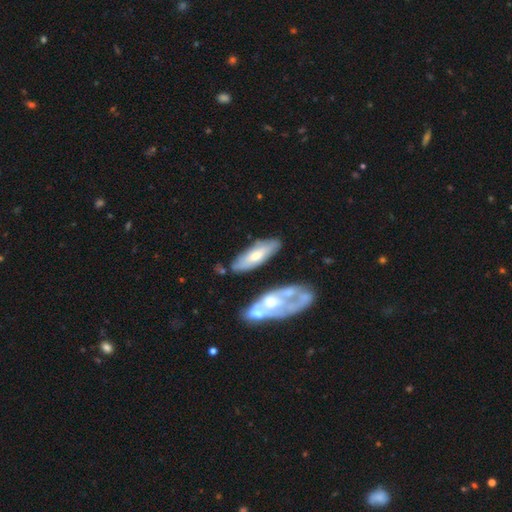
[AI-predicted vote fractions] Q: Smooth or featured?
A: smooth (49%); runner-up: featured or disk (46%)
Q: Merging?
A: none (68%); runner-up: minor disturbance (16%)